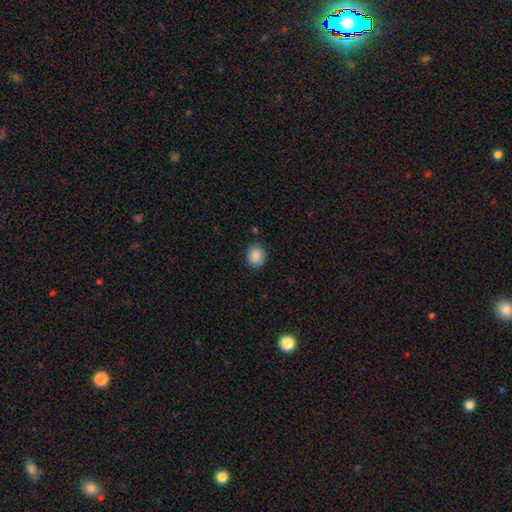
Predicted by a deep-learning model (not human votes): Smooth or featured?
  - smooth: 88% *
  - star or artifact: 8%
  - featured or disk: 4%
How rounded?
  - round: 69% *
  - in between: 30%
  - cigar-shaped: 1%
Merging?
  - none: 86% *
  - minor disturbance: 10%
  - major disturbance: 2%
  - merger: 1%